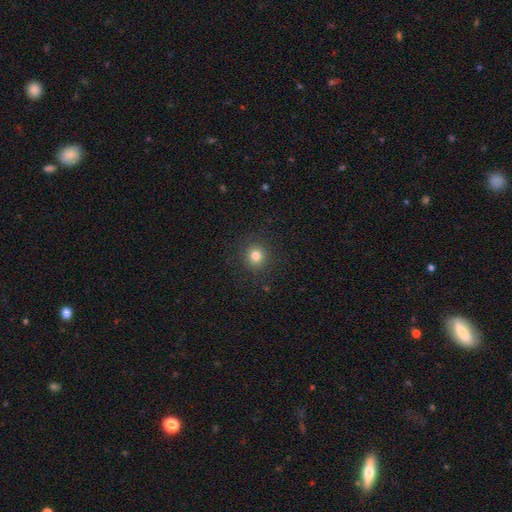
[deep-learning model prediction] Q: Smooth or featured?
A: smooth (81%); runner-up: star or artifact (13%)
Q: How rounded?
A: round (91%); runner-up: in between (8%)
Q: Merging?
A: none (90%); runner-up: minor disturbance (6%)